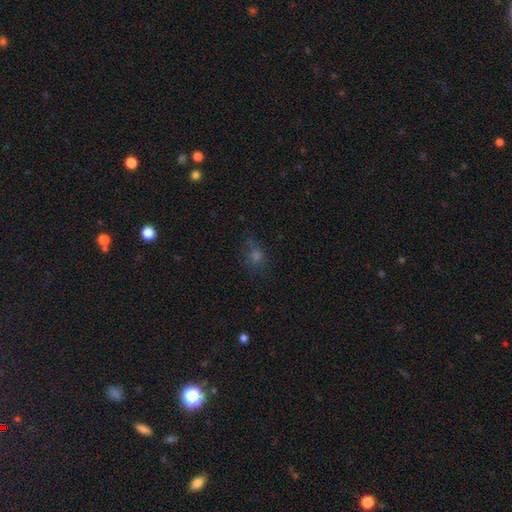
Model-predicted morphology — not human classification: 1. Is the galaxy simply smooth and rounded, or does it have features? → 50% smooth, 34% star or artifact, 15% featured or disk.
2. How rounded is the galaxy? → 56% round, 40% in between, 4% cigar-shaped.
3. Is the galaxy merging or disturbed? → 65% none, 21% minor disturbance, 12% major disturbance, 3% merger.